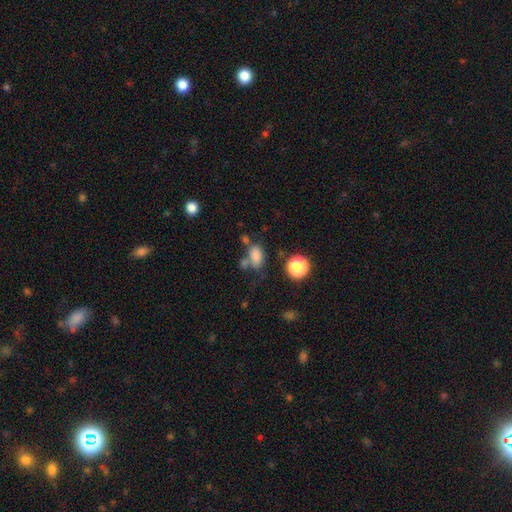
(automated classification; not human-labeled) A smooth galaxy with no disk features (80%) that is in between round and cigar-shaped (82%). Merging: none (53%).